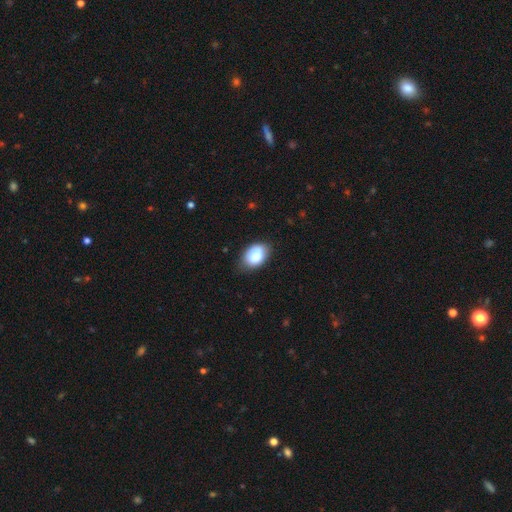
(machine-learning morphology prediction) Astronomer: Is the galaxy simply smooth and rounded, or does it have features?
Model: smooth — 83%.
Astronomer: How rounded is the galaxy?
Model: in between — 84%.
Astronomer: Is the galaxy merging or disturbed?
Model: none — 70%.